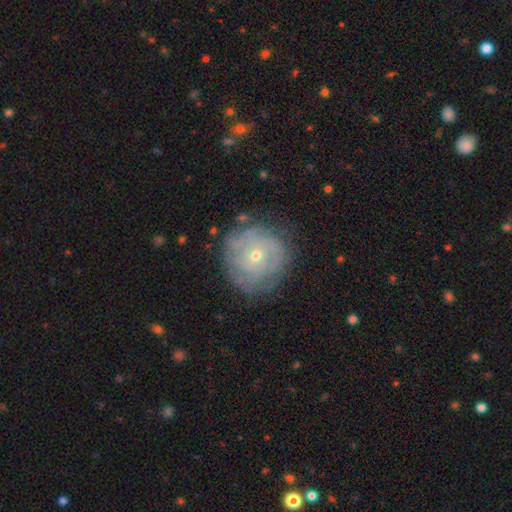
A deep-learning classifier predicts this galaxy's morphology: Smooth or featured?
  - featured or disk: 67% *
  - smooth: 25%
  - star or artifact: 8%
Edge-on disk?
  - no: 97% *
  - yes: 3%
Bar?
  - no: 84% *
  - weak: 13%
  - strong: 3%
Spiral arms?
  - yes: 76% *
  - no: 24%
Bulge size?
  - small: 62% *
  - moderate: 35%
  - large: 1%
  - none: 1%
  - dominant: 1%
Merging?
  - none: 75% *
  - minor disturbance: 17%
  - major disturbance: 7%
  - merger: 2%